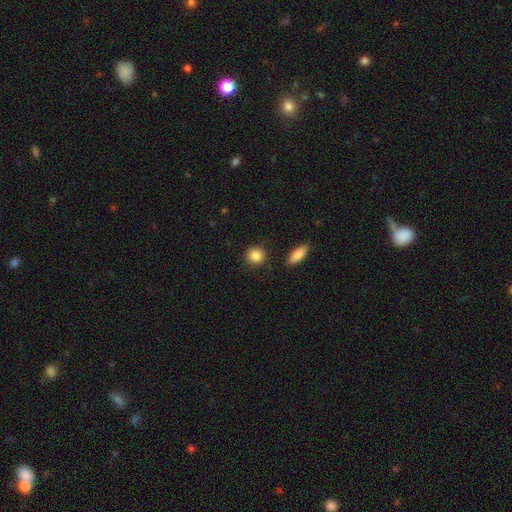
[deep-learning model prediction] This appears to be a smooth galaxy with no disk features (88%) that is round (86%). Merging: none (87%).